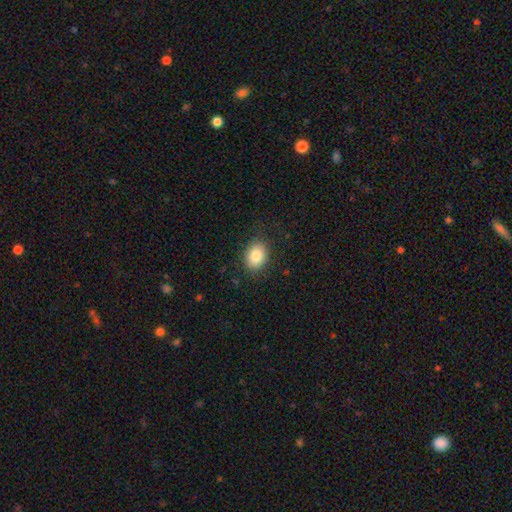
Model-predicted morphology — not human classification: This appears to be a smooth galaxy with no disk features (83%) that is in between round and cigar-shaped (62%). Merging: none (86%).